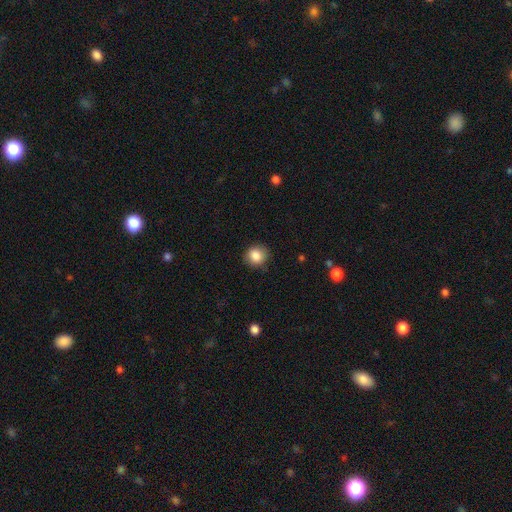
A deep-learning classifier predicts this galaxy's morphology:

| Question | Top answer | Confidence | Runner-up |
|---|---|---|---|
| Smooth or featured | smooth | 85% | star or artifact (9%) |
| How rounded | round | 84% | in between (15%) |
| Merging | none | 86% | minor disturbance (10%) |